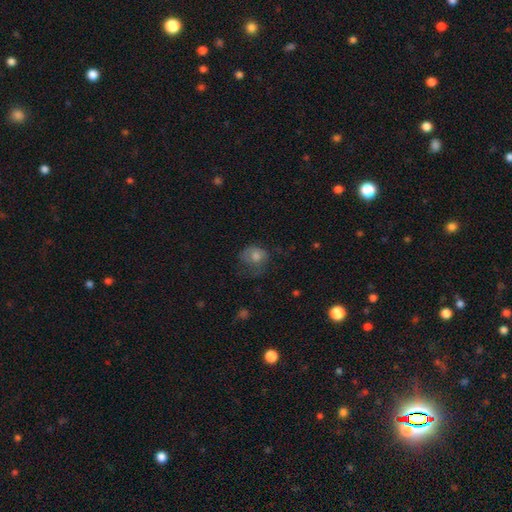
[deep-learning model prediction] A smooth galaxy with no disk features (62%) that is round (65%).

Vote fractions:
- Smooth or featured? smooth: 62% / featured or disk: 24% / star or artifact: 14%
- How rounded? round: 65% / in between: 34% / cigar-shaped: 1%
- Merging? none: 41% / major disturbance: 31% / minor disturbance: 27% / merger: 2%